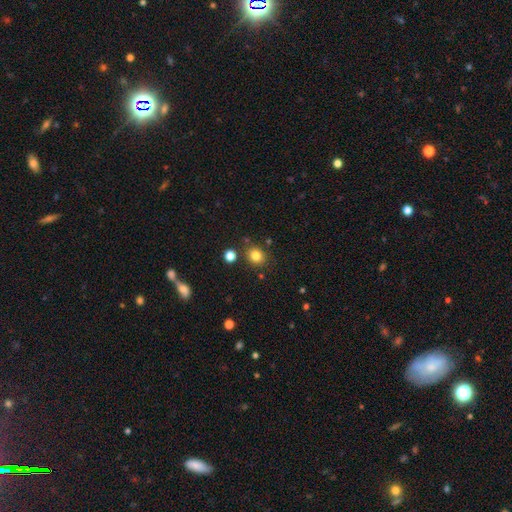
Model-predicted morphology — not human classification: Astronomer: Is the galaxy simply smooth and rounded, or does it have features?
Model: smooth — 81%.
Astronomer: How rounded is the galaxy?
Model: round — 75%.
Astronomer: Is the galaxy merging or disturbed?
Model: none — 82%.